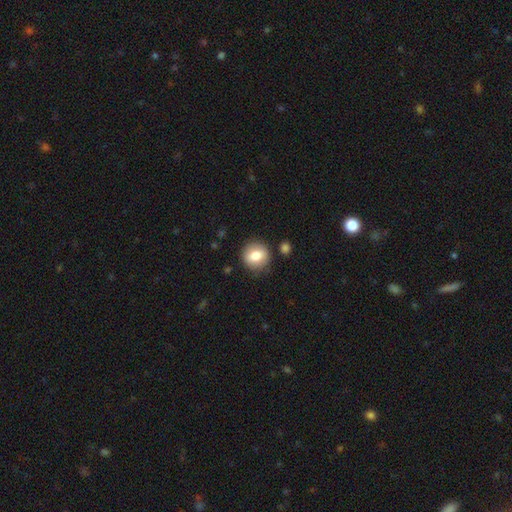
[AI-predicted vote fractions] smooth 77%, featured or disk 15%, star or artifact 8%. Down the decision tree: how rounded — round (86%); merging — none (86%).